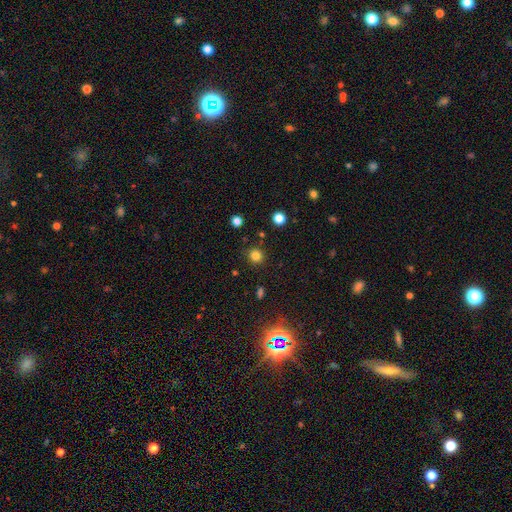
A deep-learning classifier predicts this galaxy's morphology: smooth 80%, star or artifact 15%, featured or disk 5%. Down the decision tree: how rounded — round (91%); merging — none (88%).